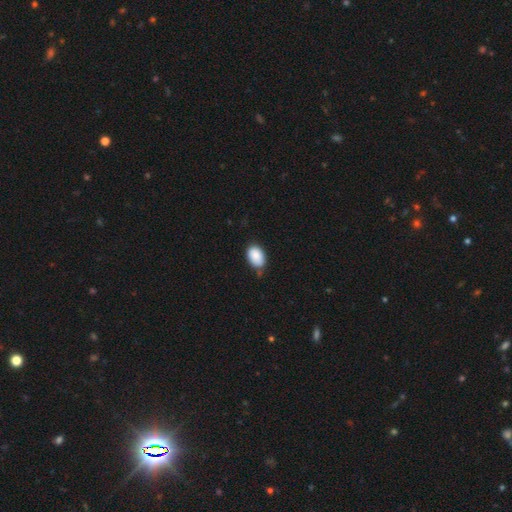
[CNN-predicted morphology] A smooth galaxy with no disk features (89%) that is in between round and cigar-shaped (89%).

Vote fractions:
- Smooth or featured? smooth: 89% / star or artifact: 7% / featured or disk: 4%
- How rounded? in between: 89% / round: 10% / cigar-shaped: 1%
- Merging? none: 68% / minor disturbance: 26% / major disturbance: 4% / merger: 3%